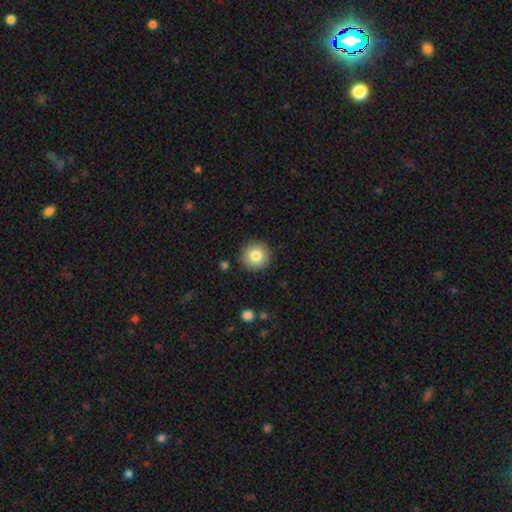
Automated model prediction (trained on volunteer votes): Q: Smooth or featured?
A: smooth (82%); runner-up: star or artifact (9%)
Q: How rounded?
A: round (95%); runner-up: in between (4%)
Q: Merging?
A: none (90%); runner-up: minor disturbance (6%)